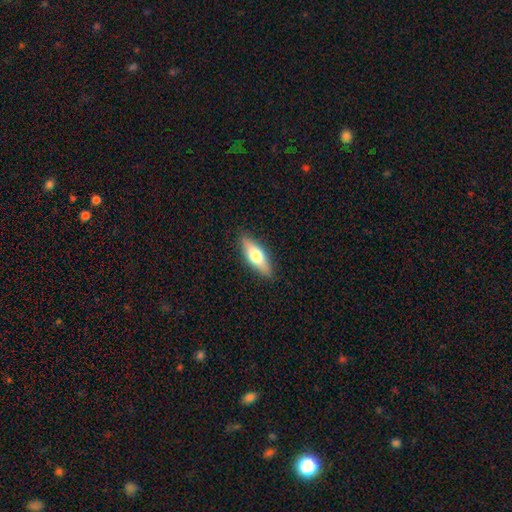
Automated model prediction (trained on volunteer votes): smooth-or-featured: smooth: 59% | featured or disk: 34% | star or artifact: 6%
  how-rounded: in between: 58% | cigar-shaped: 39% | round: 3%
  merging: none: 88% | minor disturbance: 9% | major disturbance: 2% | merger: 1%